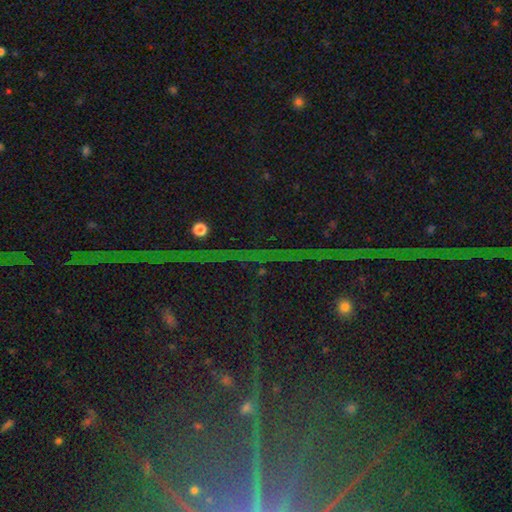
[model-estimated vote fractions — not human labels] star or artifact 84%, featured or disk 9%, smooth 7%.